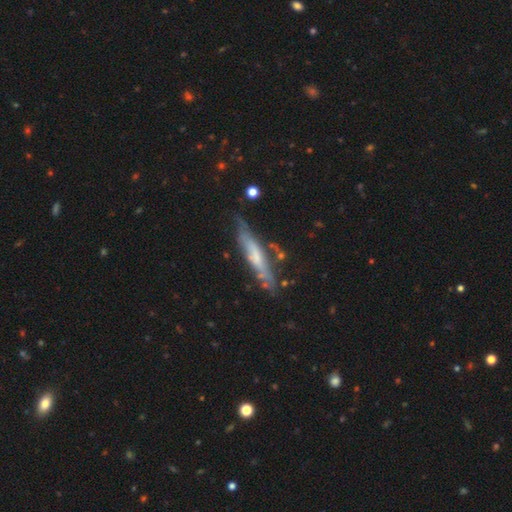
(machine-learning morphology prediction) type=featured or disk (58%); edge-on=yes (69%); merging=none (61%).